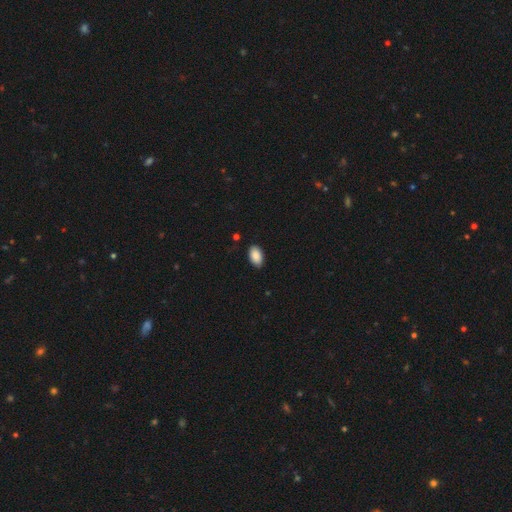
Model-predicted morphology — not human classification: The model was most divided on "merging": none: 87%, minor disturbance: 10%, major disturbance: 2%, merger: 1%. More confident: how rounded — in between (94%); smooth or featured — smooth (90%).